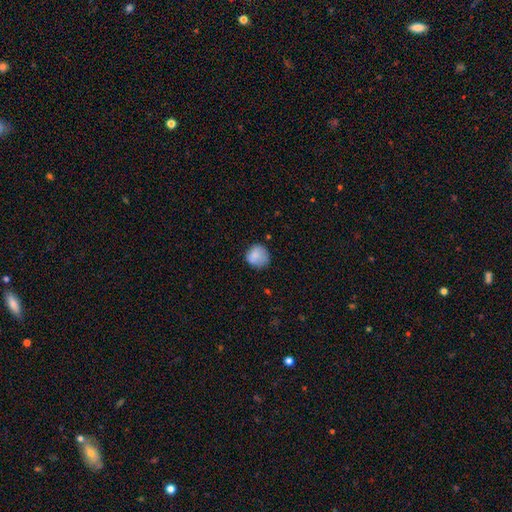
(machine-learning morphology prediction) Smooth or featured? Predicted: smooth (p=0.83). How rounded? Predicted: round (p=0.85). Merging? Predicted: none (p=0.69).